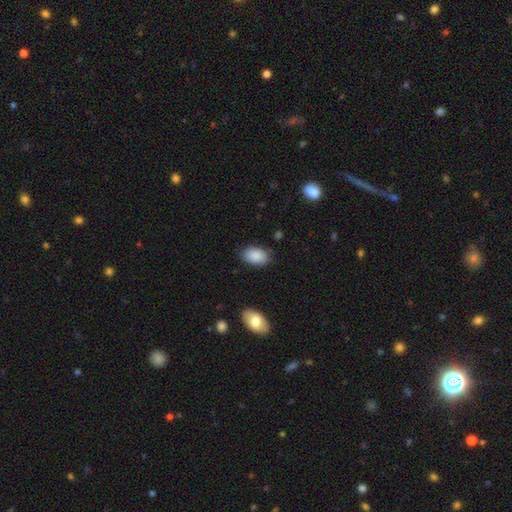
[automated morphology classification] Q: Smooth or featured?
A: smooth (89%); runner-up: star or artifact (7%)
Q: How rounded?
A: in between (92%); runner-up: round (7%)
Q: Merging?
A: none (83%); runner-up: minor disturbance (12%)